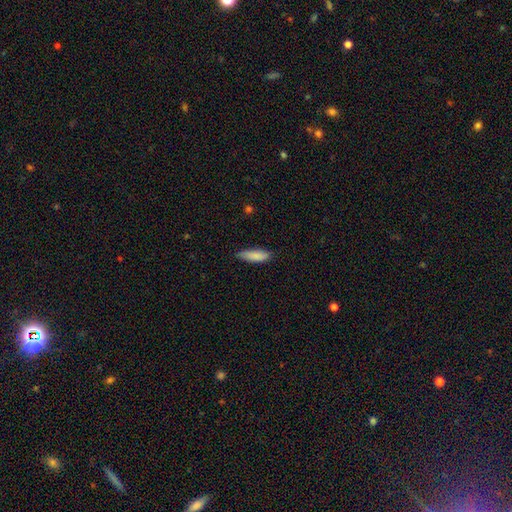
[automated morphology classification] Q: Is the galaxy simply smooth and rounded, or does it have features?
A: smooth — 85%.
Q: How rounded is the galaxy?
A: in between — 52%.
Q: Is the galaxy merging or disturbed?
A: none — 75%.